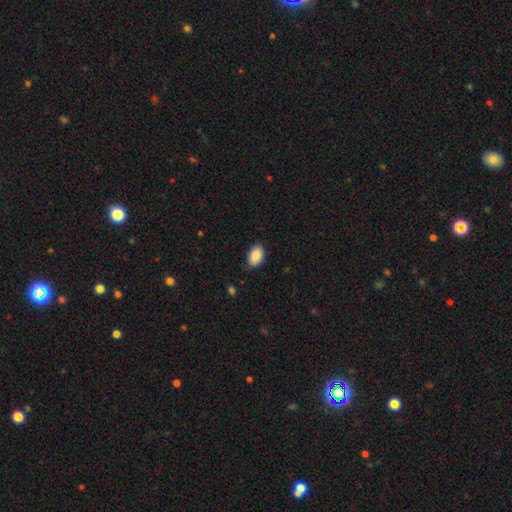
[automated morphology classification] smooth_or_featured: smooth (p=0.88) [alt: star or artifact p=0.07]
how_rounded: in between (p=0.89) [alt: round p=0.09]
merging: none (p=0.81) [alt: minor disturbance p=0.15]